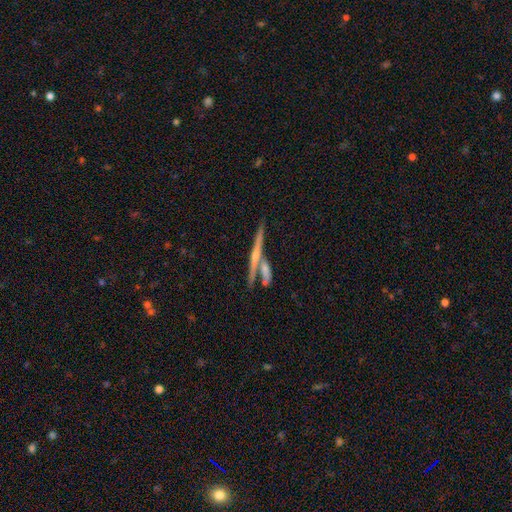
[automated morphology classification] Smooth or featured?
  - featured or disk: 68% *
  - smooth: 24%
  - star or artifact: 9%
Edge-on disk?
  - yes: 93% *
  - no: 7%
Edge-on bulge?
  - rounded: 51% *
  - none: 40%
  - boxy: 9%
Merging?
  - none: 59% *
  - merger: 27%
  - minor disturbance: 10%
  - major disturbance: 4%